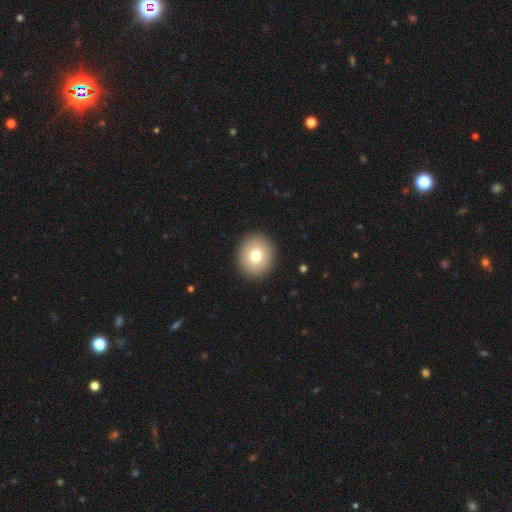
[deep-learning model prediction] Q: Smooth or featured?
A: smooth (76%); runner-up: featured or disk (14%)
Q: How rounded?
A: round (76%); runner-up: in between (23%)
Q: Merging?
A: none (92%); runner-up: minor disturbance (5%)